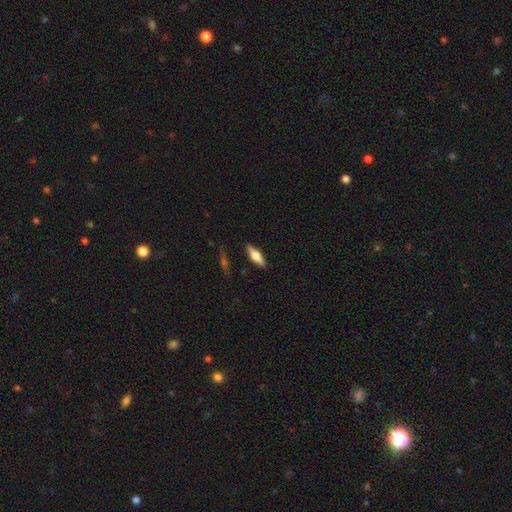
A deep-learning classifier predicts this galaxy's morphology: This is likely a smooth galaxy (60%). How rounded: possibly in between (57%). Merging: clearly none (86%).